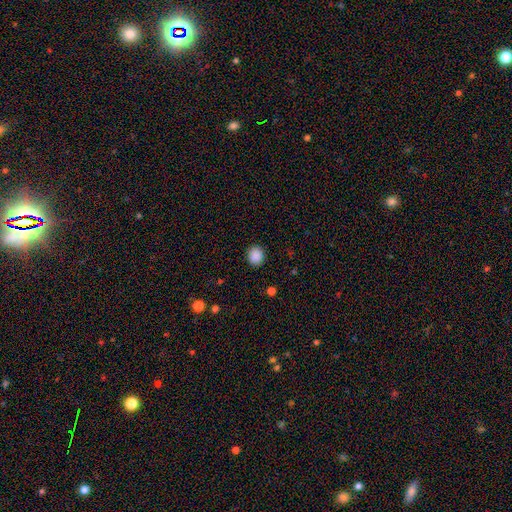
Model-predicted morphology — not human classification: A smooth galaxy with no disk features (88%) that is round (77%). Merging: none (90%).